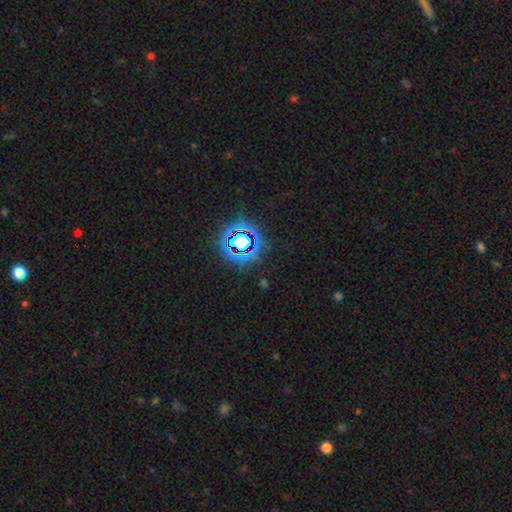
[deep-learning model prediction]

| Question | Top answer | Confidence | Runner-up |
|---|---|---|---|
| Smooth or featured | star or artifact | 76% | smooth (16%) |